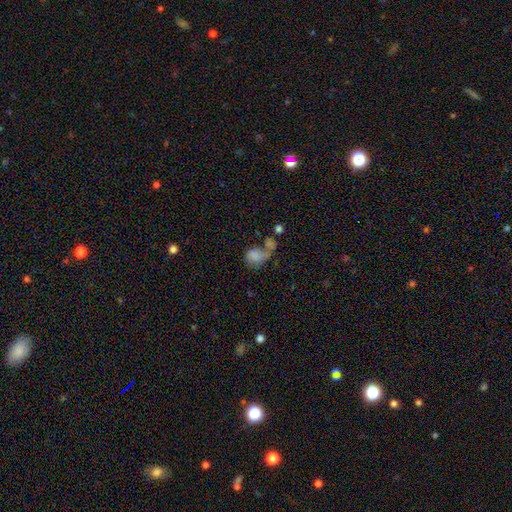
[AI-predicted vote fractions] A smooth galaxy with no disk features (68%) that is in between round and cigar-shaped (66%).

Vote fractions:
- Smooth or featured? smooth: 68% / featured or disk: 20% / star or artifact: 12%
- How rounded? in between: 66% / round: 33% / cigar-shaped: 2%
- Merging? merger: 46% / major disturbance: 22% / none: 19% / minor disturbance: 13%